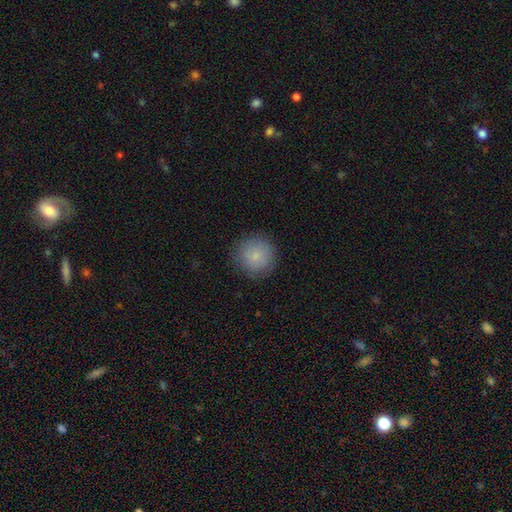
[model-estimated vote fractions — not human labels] Smooth or featured?
  - smooth: 83% *
  - featured or disk: 10%
  - star or artifact: 8%
How rounded?
  - round: 94% *
  - in between: 5%
  - cigar-shaped: 1%
Merging?
  - none: 86% *
  - minor disturbance: 10%
  - major disturbance: 3%
  - merger: 1%